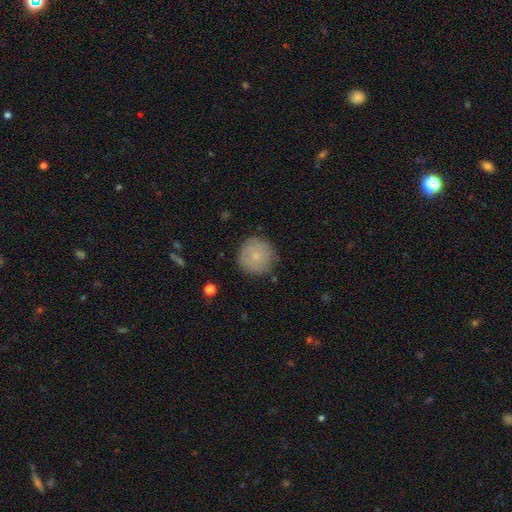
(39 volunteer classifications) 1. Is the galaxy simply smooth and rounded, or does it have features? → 74% smooth, 18% featured or disk, 8% star or artifact.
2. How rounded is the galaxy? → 97% round, 3% in between, 0% cigar-shaped.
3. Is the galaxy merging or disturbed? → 69% none, 22% minor disturbance, 8% major disturbance, 0% merger.